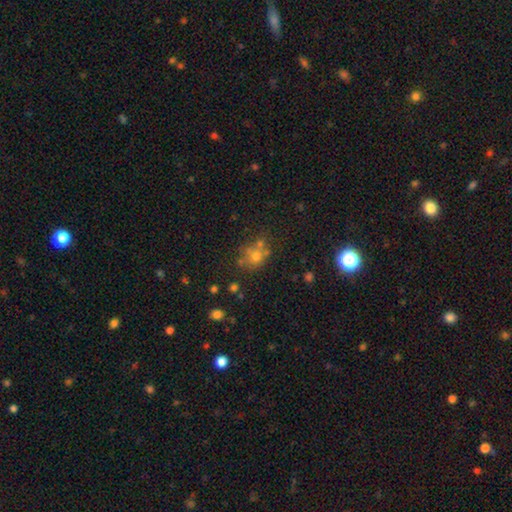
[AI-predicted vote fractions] smooth-or-featured: smooth: 58% | star or artifact: 27% | featured or disk: 15%
  how-rounded: round: 77% | in between: 22% | cigar-shaped: 1%
  merging: none: 58% | merger: 22% | minor disturbance: 13% | major disturbance: 6%